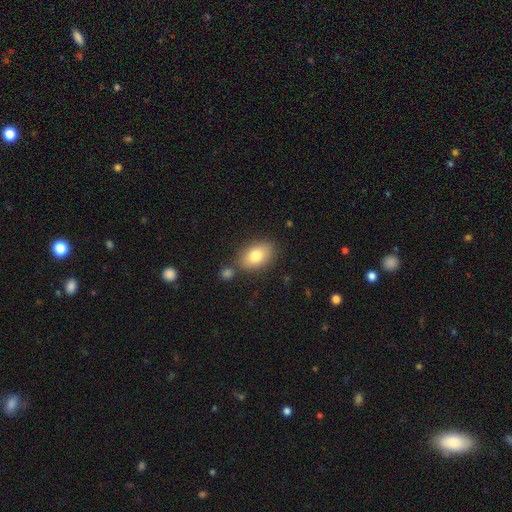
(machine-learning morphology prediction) smooth-or-featured: smooth: 80% | featured or disk: 13% | star or artifact: 8%
  how-rounded: in between: 86% | round: 12% | cigar-shaped: 2%
  merging: none: 73% | minor disturbance: 13% | merger: 11% | major disturbance: 3%